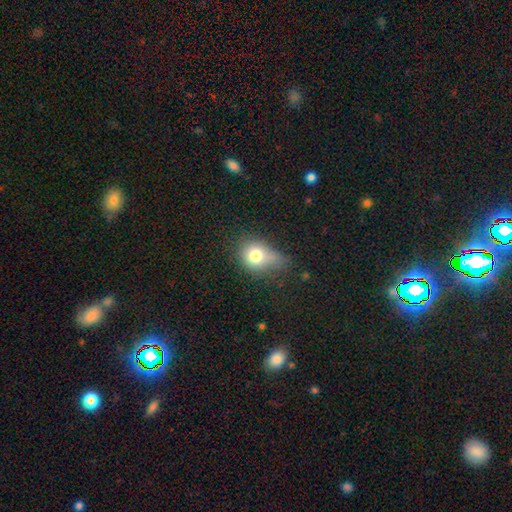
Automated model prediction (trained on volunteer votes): Overall: smooth (74%). How rounded: round (56%; in between 42%). Merging: minor disturbance (37%; none 32%).